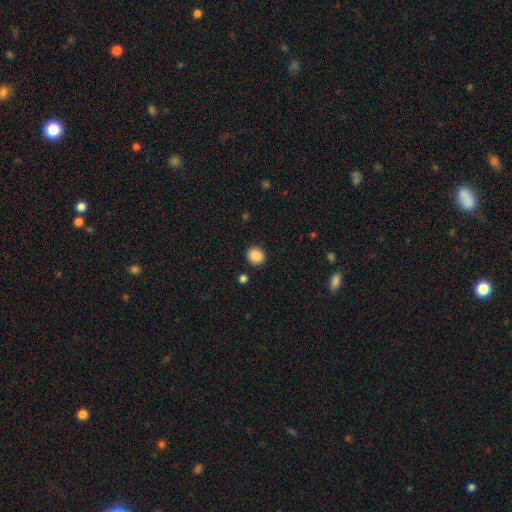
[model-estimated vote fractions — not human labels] Smooth or featured? Predicted: smooth (p=0.88). How rounded? Predicted: round (p=0.81). Merging? Predicted: none (p=0.89).